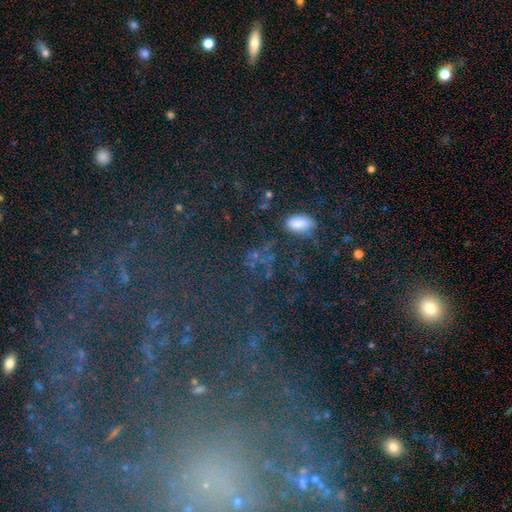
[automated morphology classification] The model was most divided on "smooth or featured": star or artifact: 49%, smooth: 30%, featured or disk: 21%.